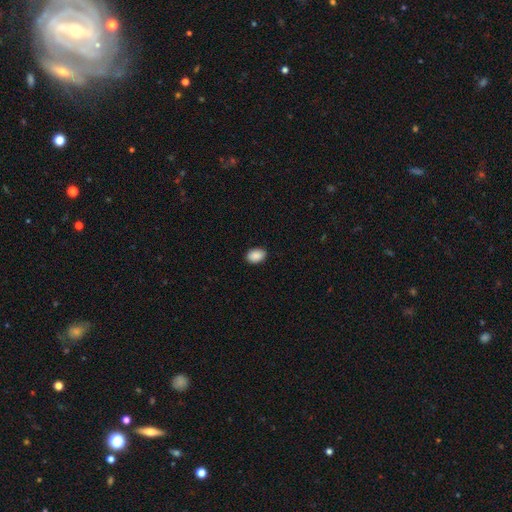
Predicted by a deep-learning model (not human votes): Overall: smooth (90%). How rounded: in between (82%). Merging: none (88%).